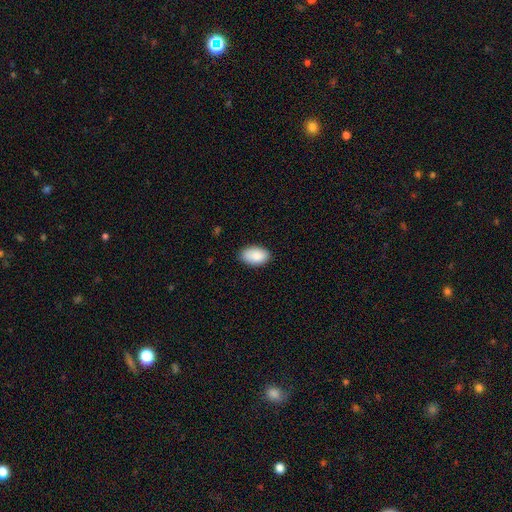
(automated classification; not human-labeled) A smooth galaxy with no disk features (89%) that is in between round and cigar-shaped (94%). Merging: none (86%).